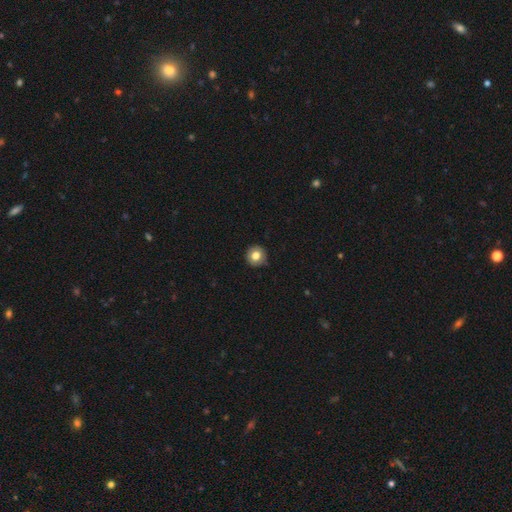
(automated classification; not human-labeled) The model was most divided on "smooth or featured": smooth: 78%, featured or disk: 12%, star or artifact: 9%. More confident: how rounded — round (93%); merging — none (86%).